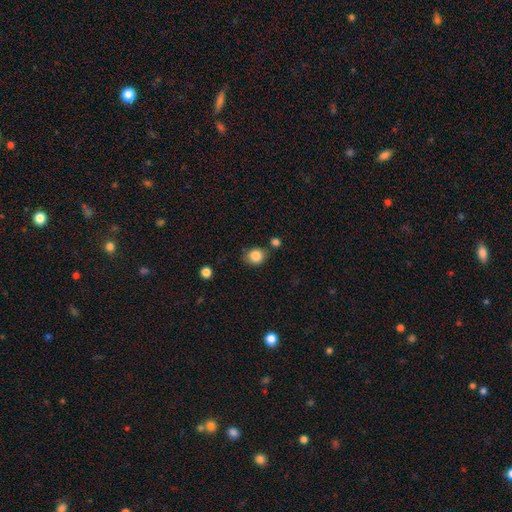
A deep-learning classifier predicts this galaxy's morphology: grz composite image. It shows a smooth galaxy with no disk features (86%) that is round (73%). Merging: none (72%).